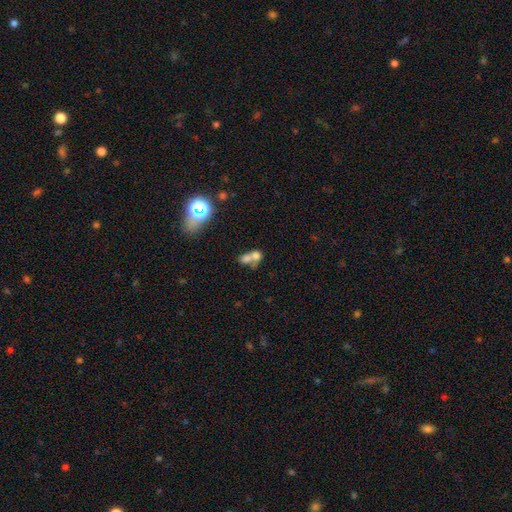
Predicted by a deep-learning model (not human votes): Overall: smooth (66%). How rounded: in between (54%; round 43%). Merging: merger (70%).